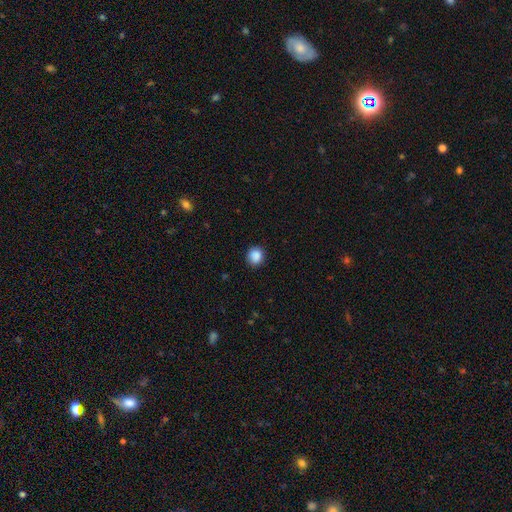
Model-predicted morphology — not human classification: Smooth or featured? smooth (88%)
How rounded? round (79%)
Merging? none (87%)